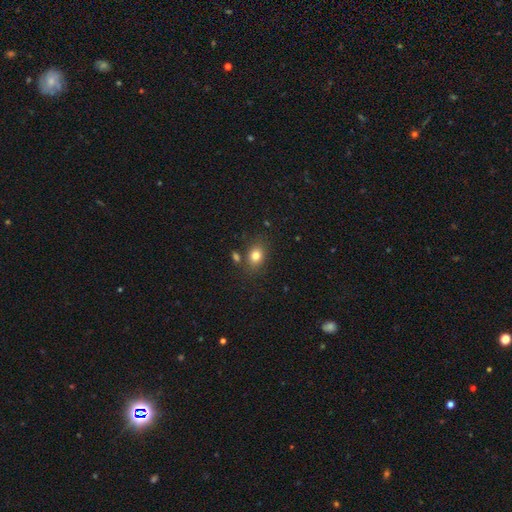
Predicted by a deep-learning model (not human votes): A smooth galaxy with no disk features (80%) that is in between round and cigar-shaped (58%).

Vote fractions:
- Smooth or featured? smooth: 80% / star or artifact: 11% / featured or disk: 8%
- How rounded? in between: 58% / round: 41% / cigar-shaped: 1%
- Merging? none: 75% / minor disturbance: 12% / merger: 9% / major disturbance: 4%